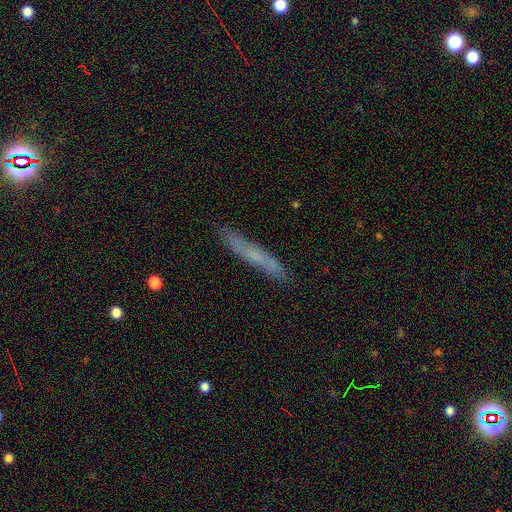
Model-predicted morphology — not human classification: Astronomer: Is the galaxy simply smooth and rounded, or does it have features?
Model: smooth — 50% (runner-up: featured or disk, 41%).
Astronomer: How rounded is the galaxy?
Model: cigar-shaped — 94%.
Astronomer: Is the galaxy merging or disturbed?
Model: none — 84%.